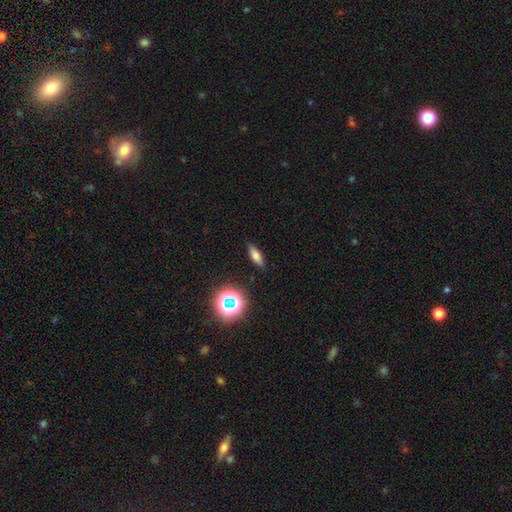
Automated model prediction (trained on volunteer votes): This is likely a smooth galaxy (67%). How rounded: possibly in between (53%). Merging: clearly none (86%).